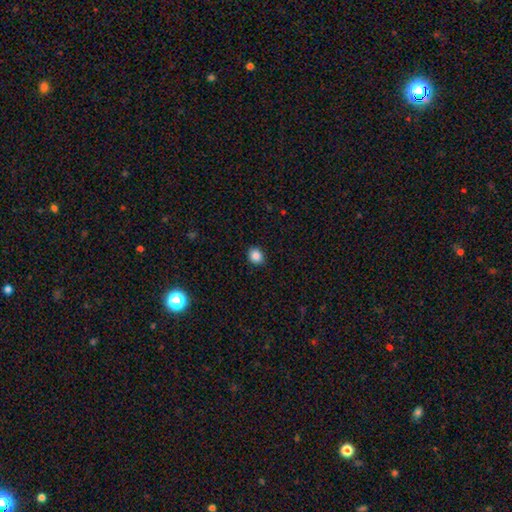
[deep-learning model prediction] Overall: smooth (86%). How rounded: round (67%; in between 32%). Merging: none (90%).